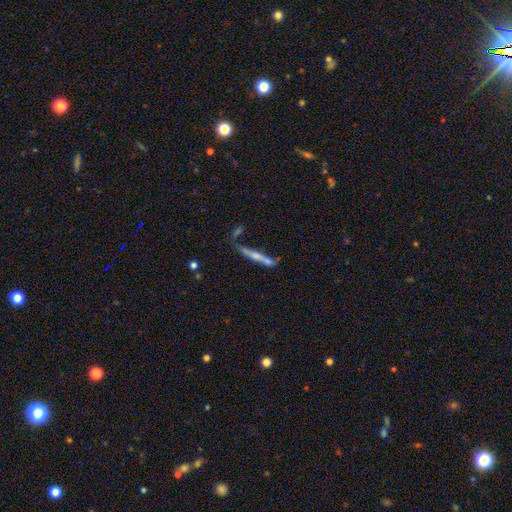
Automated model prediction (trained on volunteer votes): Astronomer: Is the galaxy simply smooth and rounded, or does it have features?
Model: featured or disk — 61%.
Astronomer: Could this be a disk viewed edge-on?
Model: yes — 93%.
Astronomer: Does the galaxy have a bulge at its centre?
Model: rounded — 65%.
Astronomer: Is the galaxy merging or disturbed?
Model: none — 65%.